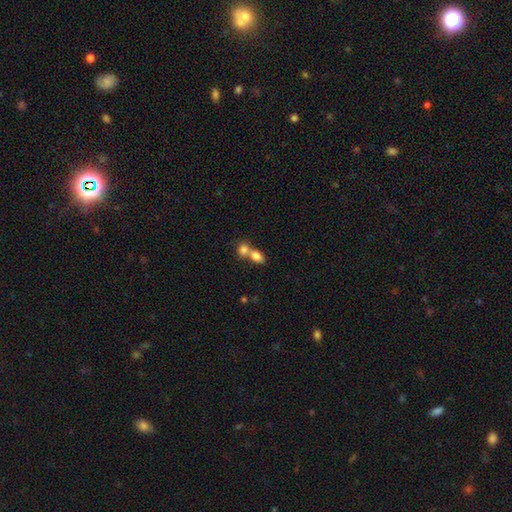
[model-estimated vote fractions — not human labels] This appears to be a smooth galaxy with no disk features (80%) that is in between round and cigar-shaped (69%). Merging: merger (66%).